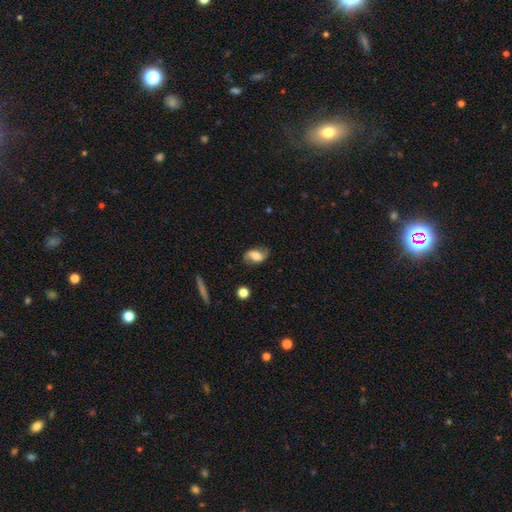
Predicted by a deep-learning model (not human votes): smooth_or_featured: smooth (p=0.49) [alt: featured or disk p=0.42]
merging: none (p=0.70) [alt: minor disturbance p=0.21]